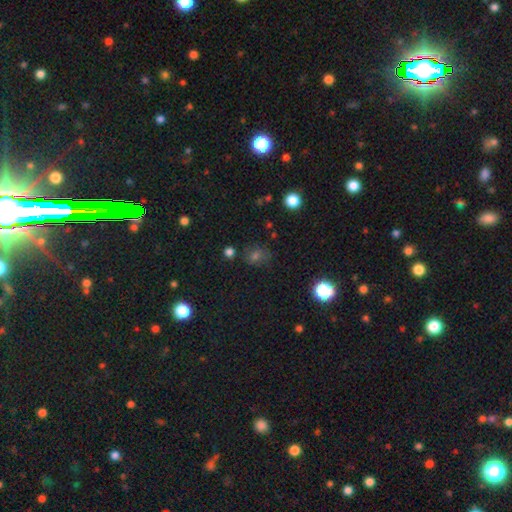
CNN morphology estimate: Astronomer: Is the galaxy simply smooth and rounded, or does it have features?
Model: smooth — 58%.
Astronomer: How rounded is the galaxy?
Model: round — 57% (runner-up: in between, 41%).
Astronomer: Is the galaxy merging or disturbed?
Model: none — 73%.